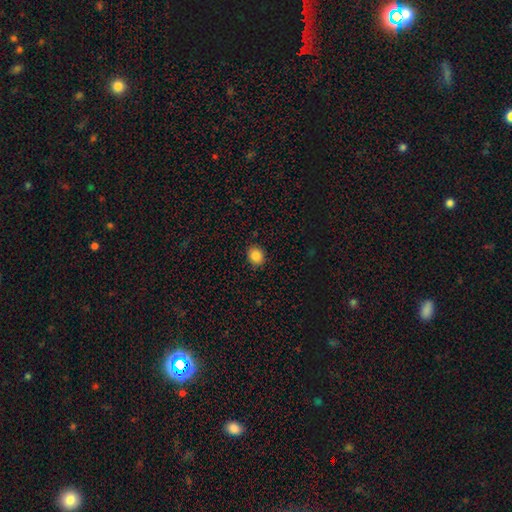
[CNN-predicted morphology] Q: Smooth or featured?
A: smooth (85%); runner-up: star or artifact (10%)
Q: How rounded?
A: round (66%); runner-up: in between (33%)
Q: Merging?
A: none (90%); runner-up: minor disturbance (7%)